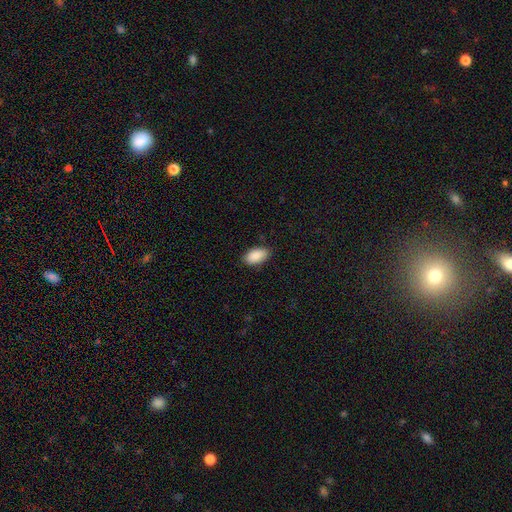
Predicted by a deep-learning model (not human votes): smooth_or_featured: smooth (p=0.90) [alt: star or artifact p=0.06]
how_rounded: in between (p=0.95) [alt: round p=0.03]
merging: none (p=0.86) [alt: minor disturbance p=0.11]